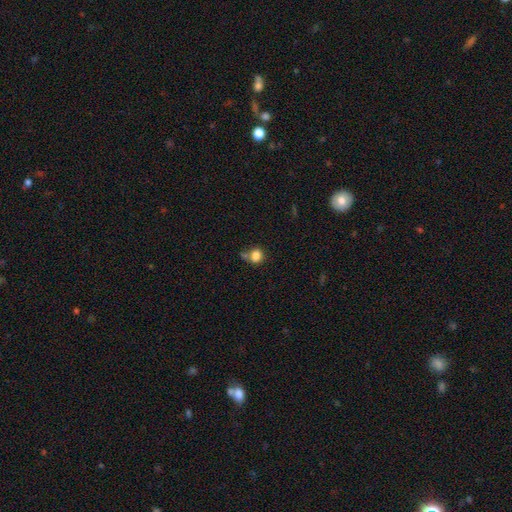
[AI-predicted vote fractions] Q: Smooth or featured?
A: smooth (83%); runner-up: star or artifact (10%)
Q: How rounded?
A: round (78%); runner-up: in between (21%)
Q: Merging?
A: none (57%); runner-up: merger (20%)